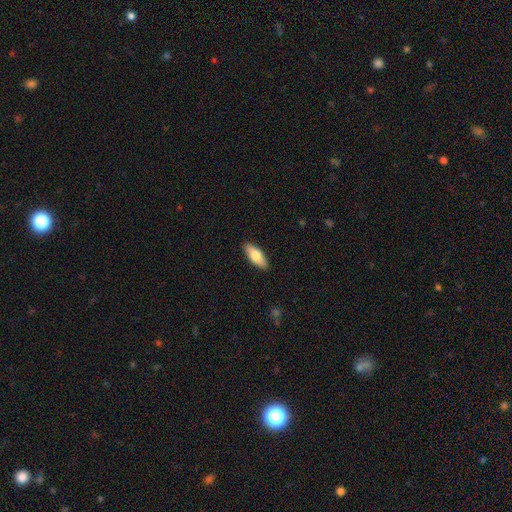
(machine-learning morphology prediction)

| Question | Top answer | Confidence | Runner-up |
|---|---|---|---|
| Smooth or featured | smooth | 77% | featured or disk (18%) |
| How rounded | in between | 75% | cigar-shaped (23%) |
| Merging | none | 89% | minor disturbance (8%) |